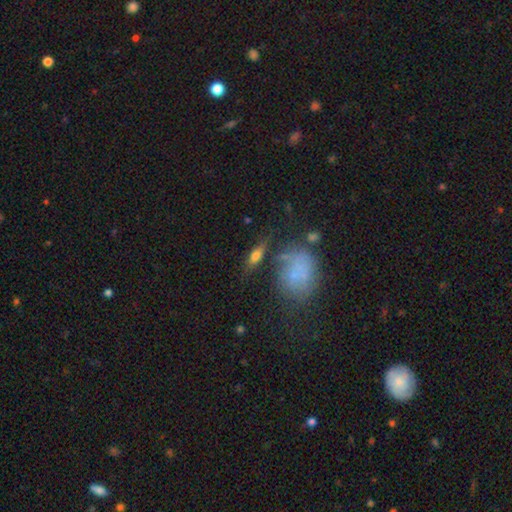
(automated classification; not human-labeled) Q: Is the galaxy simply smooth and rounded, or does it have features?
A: smooth — 61%.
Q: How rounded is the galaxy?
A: in between — 64%.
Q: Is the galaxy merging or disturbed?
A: none — 66%.